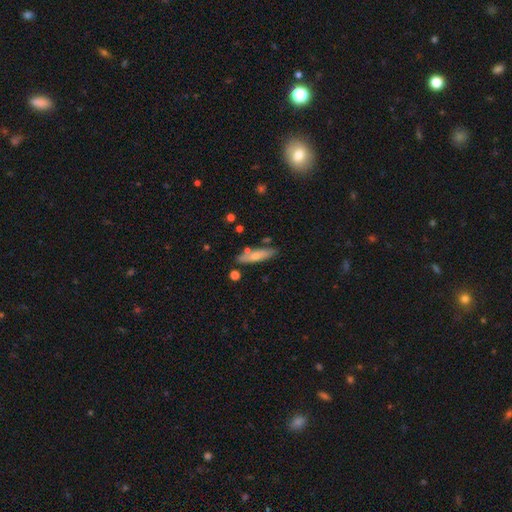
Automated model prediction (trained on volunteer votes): Smooth or featured? Predicted: smooth (p=0.63). How rounded? Predicted: cigar-shaped (p=0.73). Merging? Predicted: none (p=0.78).